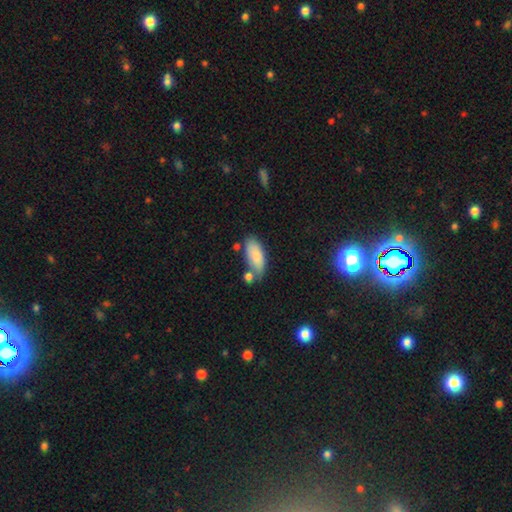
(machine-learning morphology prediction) type=smooth (81%); roundness=in between (85%); merging=none (63%).